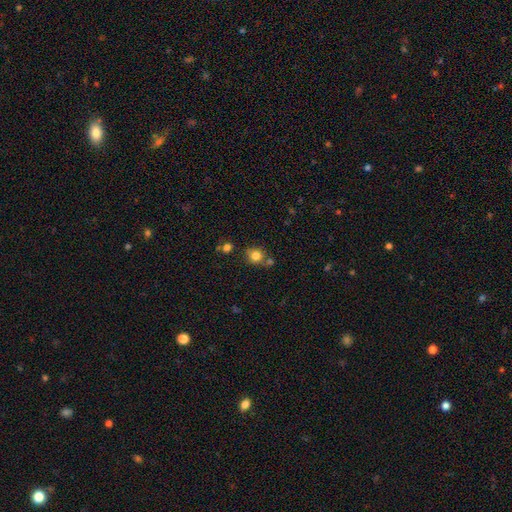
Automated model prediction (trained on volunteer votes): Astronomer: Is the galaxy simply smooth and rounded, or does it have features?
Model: smooth — 81%.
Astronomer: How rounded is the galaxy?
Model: round — 83%.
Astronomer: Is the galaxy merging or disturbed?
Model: none — 69%.